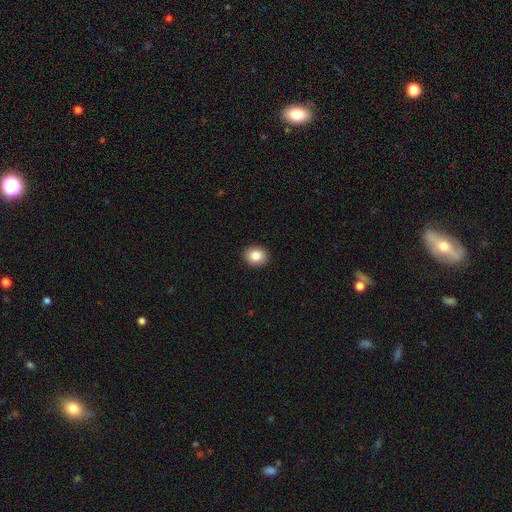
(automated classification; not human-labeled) Smooth or featured? smooth (85%)
How rounded? round (66%)
Merging? none (92%)